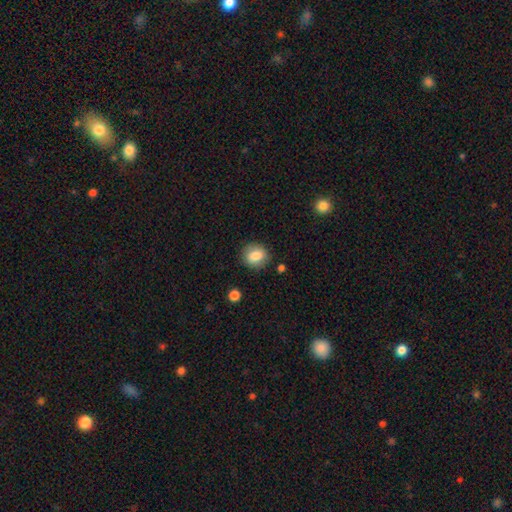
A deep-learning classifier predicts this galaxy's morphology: Smooth or featured: smooth — 82% (featured or disk — 10%)
How rounded: round — 73% (in between — 26%)
Merging: none — 85% (minor disturbance — 10%)